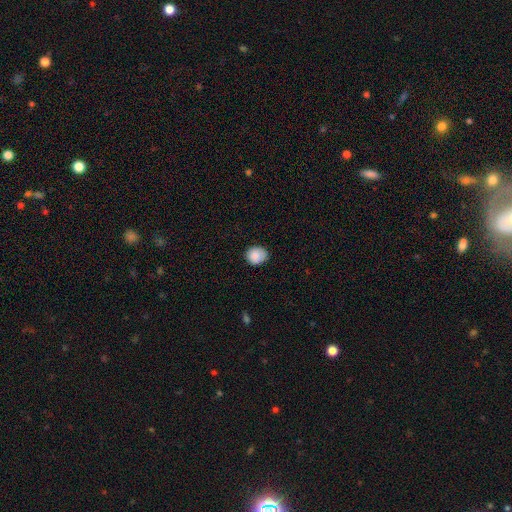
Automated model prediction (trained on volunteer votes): smooth 87%, star or artifact 8%, featured or disk 5%. Down the decision tree: how rounded — round (74%); merging — none (76%).